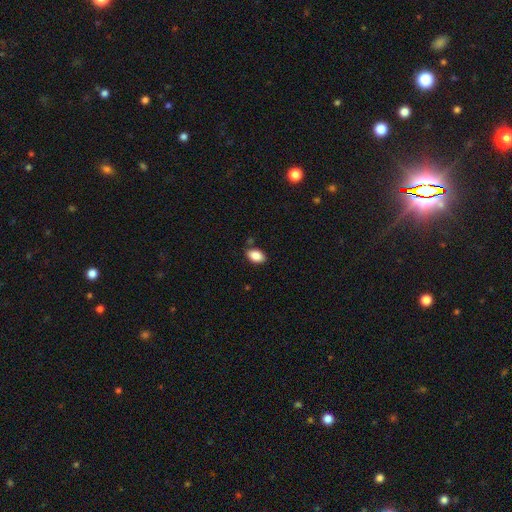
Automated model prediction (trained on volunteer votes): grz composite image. It shows a smooth galaxy with no disk features (87%) that is in between round and cigar-shaped (89%). Merging: none (79%).